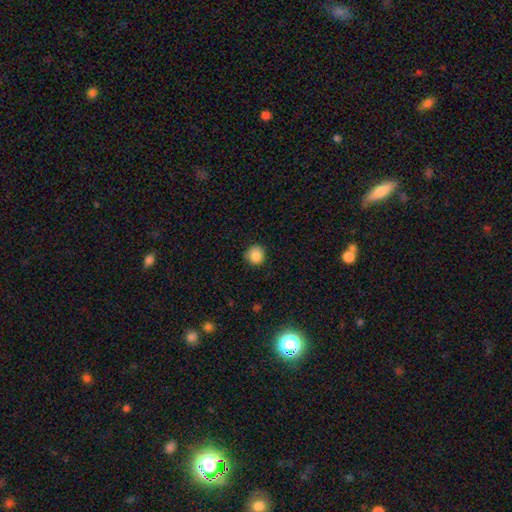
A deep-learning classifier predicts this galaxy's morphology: smooth 86%, star or artifact 10%, featured or disk 4%. Down the decision tree: how rounded — round (90%); merging — none (81%).